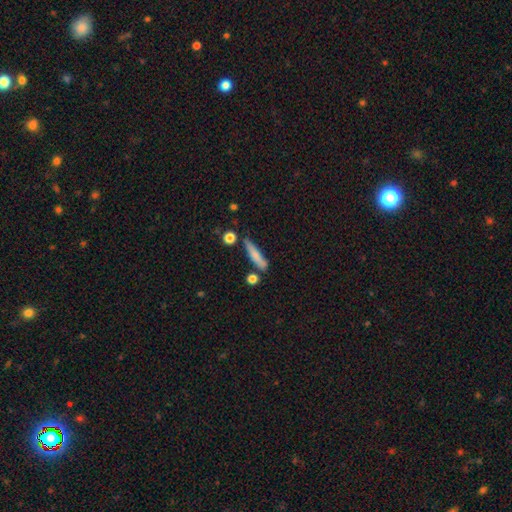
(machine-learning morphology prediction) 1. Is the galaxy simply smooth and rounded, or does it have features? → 72% smooth, 21% featured or disk, 7% star or artifact.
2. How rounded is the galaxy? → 84% cigar-shaped, 13% in between, 3% round.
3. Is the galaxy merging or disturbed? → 69% none, 18% minor disturbance, 8% merger, 5% major disturbance.